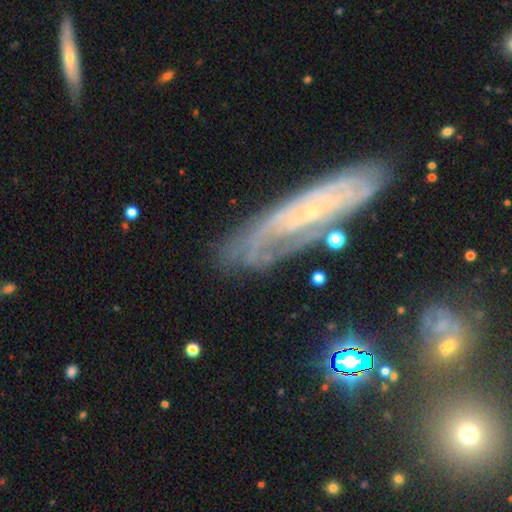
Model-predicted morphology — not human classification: smooth_or_featured: featured or disk (p=0.72) [alt: smooth p=0.18]
disk_edge_on: no (p=0.79) [alt: yes p=0.21]
bar: no (p=0.67) [alt: weak p=0.25]
has_spiral_arms: yes (p=0.79) [alt: no p=0.21]
bulge_size: small (p=0.74) [alt: moderate p=0.16]
merging: none (p=0.63) [alt: minor disturbance p=0.21]